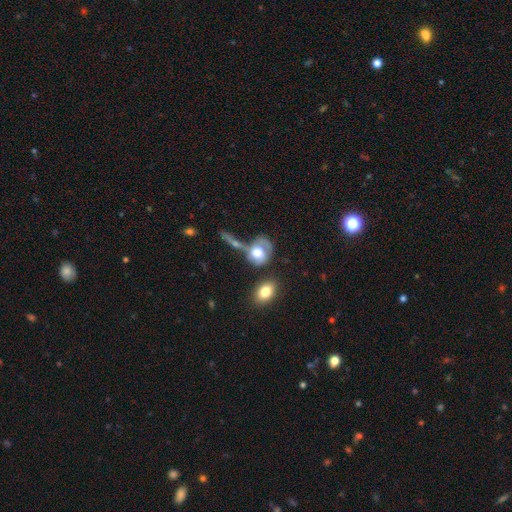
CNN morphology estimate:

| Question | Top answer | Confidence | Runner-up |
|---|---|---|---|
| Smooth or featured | smooth | 54% | star or artifact (26%) |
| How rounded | round | 62% | in between (33%) |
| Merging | none | 49% | merger (31%) |